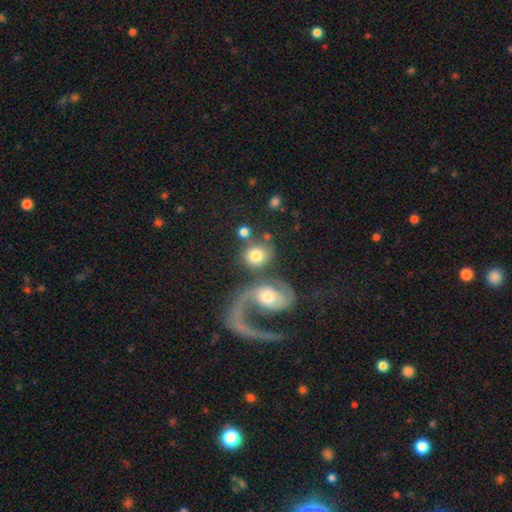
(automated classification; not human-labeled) Smooth or featured: smooth — 66% (featured or disk — 26%)
How rounded: round — 69% (in between — 30%)
Merging: merger — 40% (none — 39%)